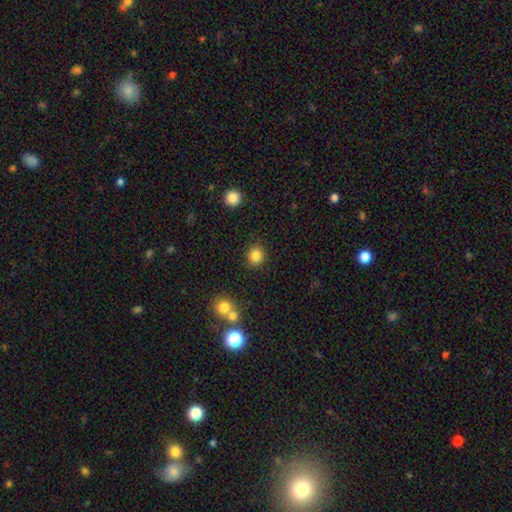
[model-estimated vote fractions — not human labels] smooth_or_featured: smooth (p=0.84) [alt: star or artifact p=0.11]
how_rounded: round (p=0.81) [alt: in between p=0.19]
merging: none (p=0.87) [alt: minor disturbance p=0.07]